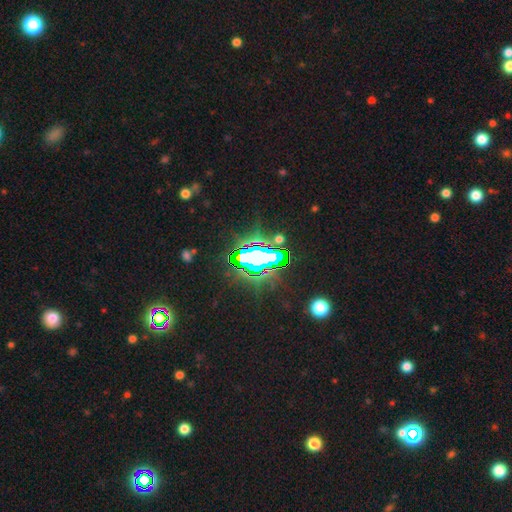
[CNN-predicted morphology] A star or artifact, not a galaxy (71%).